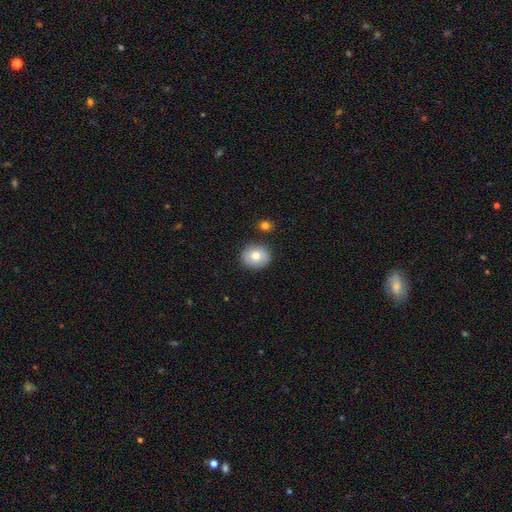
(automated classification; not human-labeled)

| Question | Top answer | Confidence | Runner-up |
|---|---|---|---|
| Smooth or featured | smooth | 76% | featured or disk (15%) |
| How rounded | round | 72% | in between (27%) |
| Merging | none | 84% | minor disturbance (10%) |